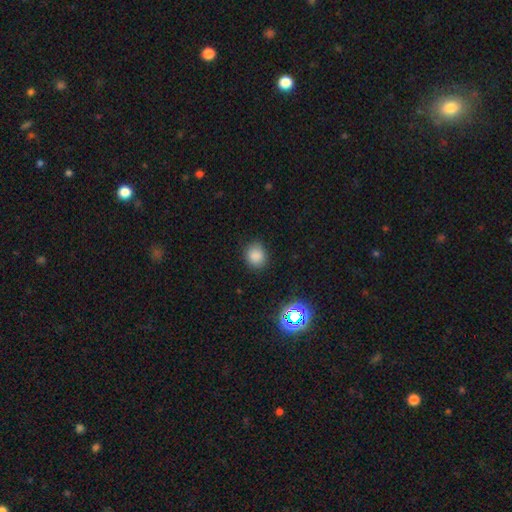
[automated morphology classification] smooth_or_featured: smooth (p=0.83) [alt: star or artifact p=0.13]
how_rounded: round (p=0.74) [alt: in between p=0.25]
merging: none (p=0.85) [alt: minor disturbance p=0.11]